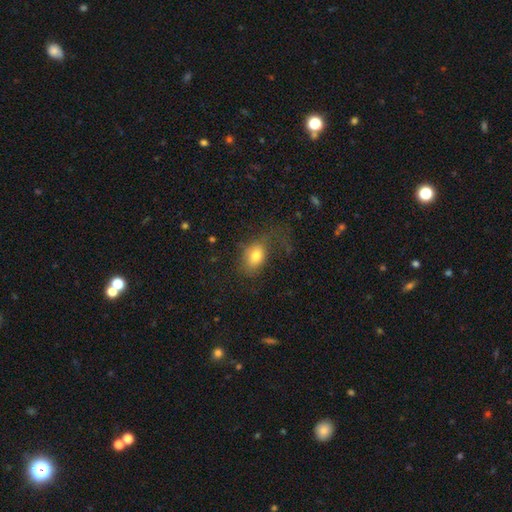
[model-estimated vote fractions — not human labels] A smooth galaxy with no disk features (77%) that is in between round and cigar-shaped (79%).

Vote fractions:
- Smooth or featured? smooth: 77% / featured or disk: 14% / star or artifact: 9%
- How rounded? in between: 79% / round: 19% / cigar-shaped: 2%
- Merging? none: 42% / major disturbance: 33% / minor disturbance: 22% / merger: 2%